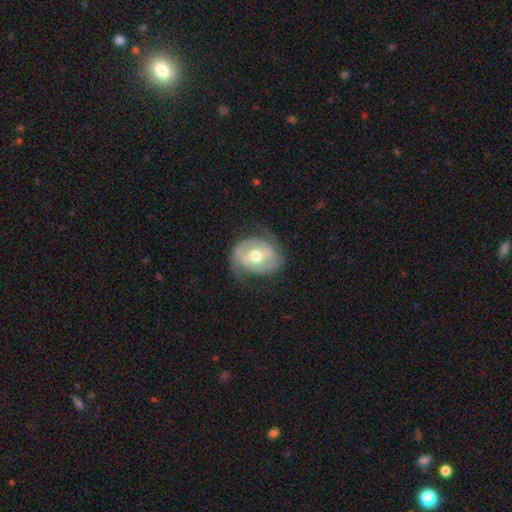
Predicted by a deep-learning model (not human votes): The model was most divided on "bar": no: 43%, weak: 37%, strong: 20%. More confident: edge-on disk — no (96%); bulge size — moderate (77%); spiral arms — yes (71%); smooth or featured — featured or disk (71%); merging — none (61%).